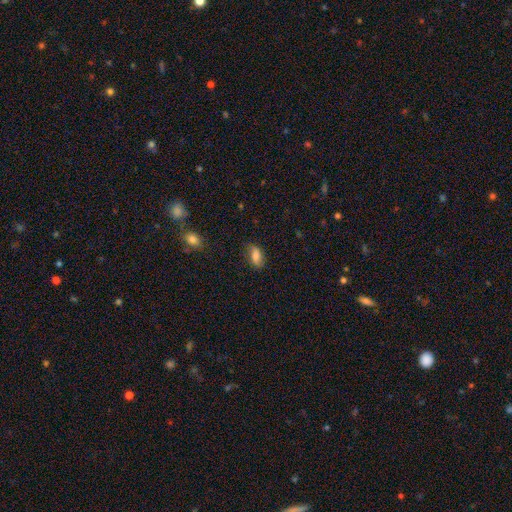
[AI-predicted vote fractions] smooth 74%, featured or disk 17%, star or artifact 9%. Down the decision tree: how rounded — in between (85%); merging — none (73%).